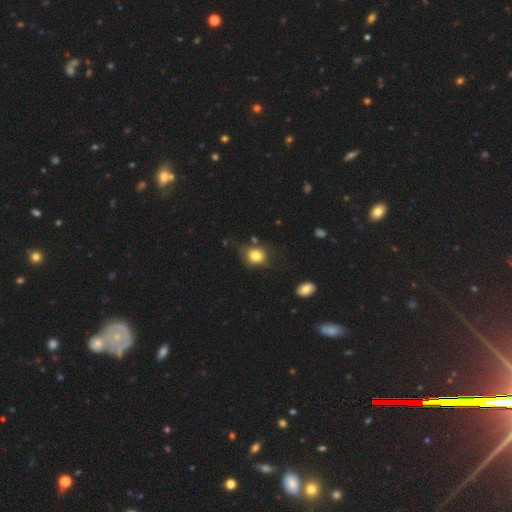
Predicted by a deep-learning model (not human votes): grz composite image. It shows a smooth galaxy with no disk features (81%) that is round (64%). Merging: none (67%).